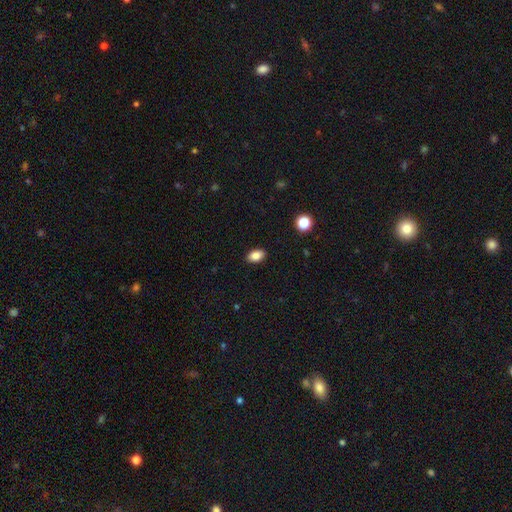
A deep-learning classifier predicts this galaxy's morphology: This is clearly a smooth galaxy (85%). How rounded: clearly in between (88%). Merging: clearly none (89%).